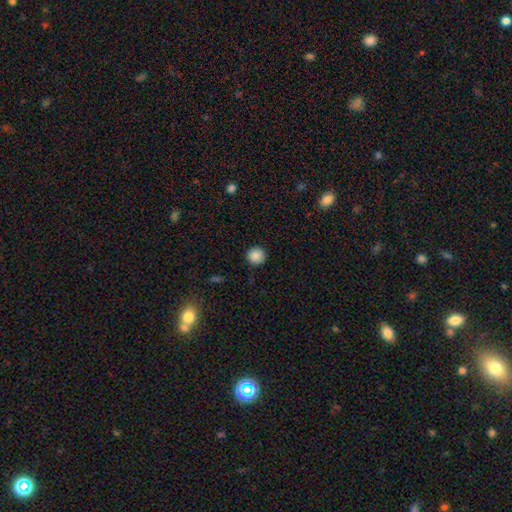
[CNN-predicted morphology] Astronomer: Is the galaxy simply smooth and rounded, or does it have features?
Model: smooth — 88%.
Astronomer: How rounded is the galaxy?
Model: round — 94%.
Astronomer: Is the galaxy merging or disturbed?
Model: none — 92%.